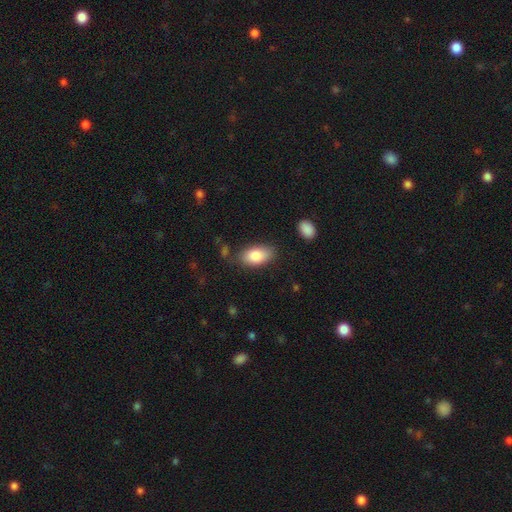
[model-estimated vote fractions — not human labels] This is clearly a smooth galaxy (85%). How rounded: clearly in between (93%). Merging: likely none (76%).